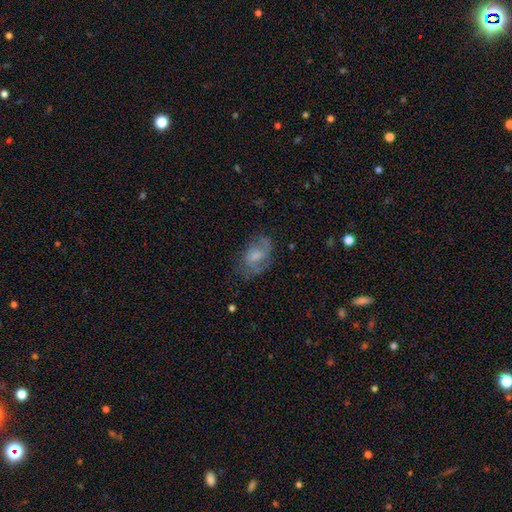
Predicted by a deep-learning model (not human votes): Overall: smooth (51%; featured or disk 40%). How rounded: in between (87%). Merging: none (54%; minor disturbance 27%).